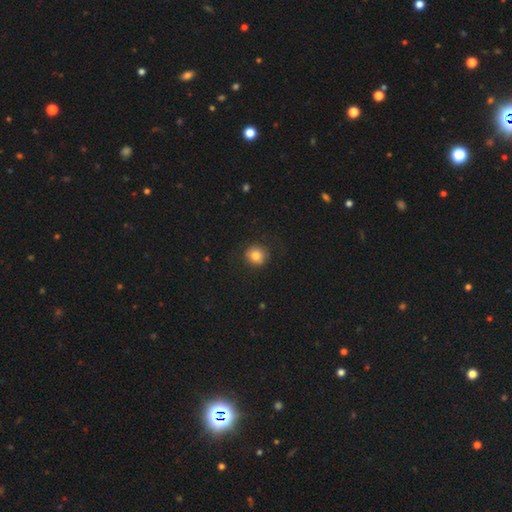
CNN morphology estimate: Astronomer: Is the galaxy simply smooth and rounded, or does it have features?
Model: smooth — 81%.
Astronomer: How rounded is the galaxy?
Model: round — 87%.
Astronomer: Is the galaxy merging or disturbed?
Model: none — 83%.